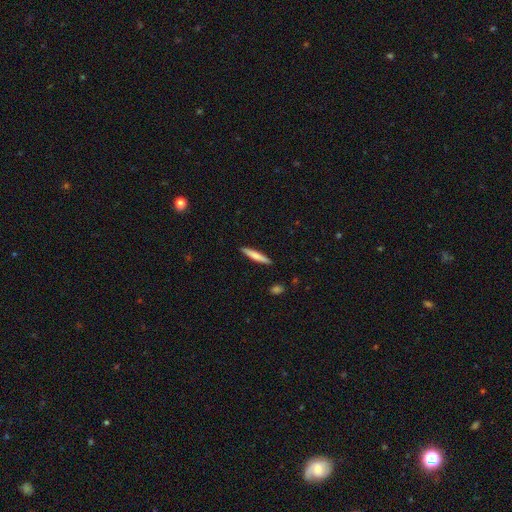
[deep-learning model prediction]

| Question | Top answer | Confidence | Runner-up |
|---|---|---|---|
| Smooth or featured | smooth | 71% | featured or disk (23%) |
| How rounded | cigar-shaped | 93% | in between (6%) |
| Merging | none | 91% | minor disturbance (6%) |